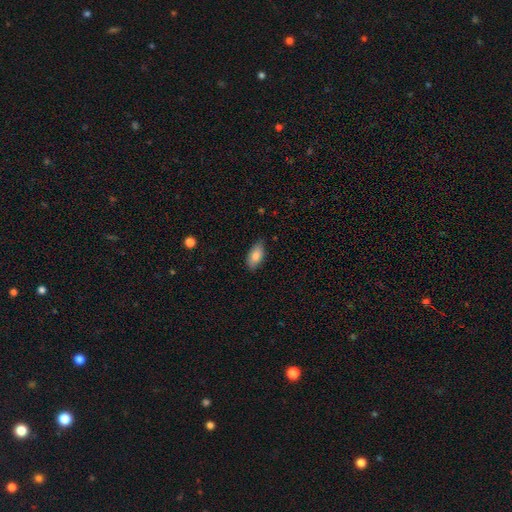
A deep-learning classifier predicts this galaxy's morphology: smooth_or_featured: smooth (p=0.82) [alt: featured or disk p=0.11]
how_rounded: in between (p=0.89) [alt: cigar-shaped p=0.09]
merging: none (p=0.79) [alt: minor disturbance p=0.17]